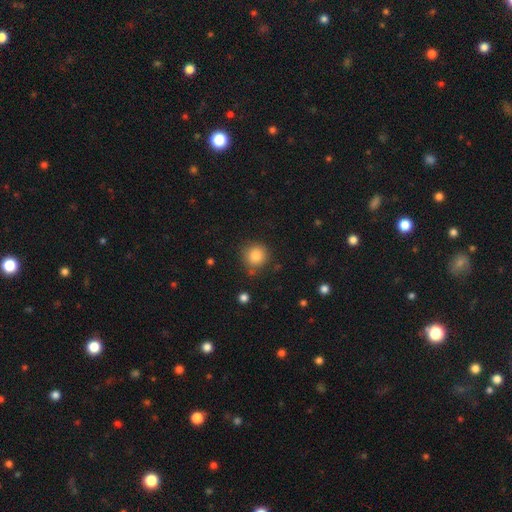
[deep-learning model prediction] Smooth or featured: smooth — 84% (star or artifact — 10%)
How rounded: round — 93% (in between — 6%)
Merging: none — 82% (minor disturbance — 11%)